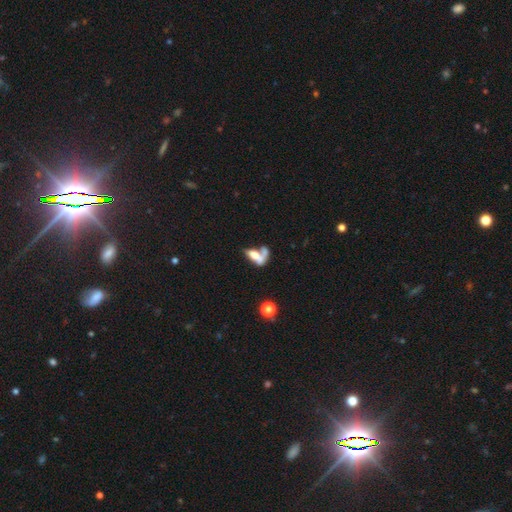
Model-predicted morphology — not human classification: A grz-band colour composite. It shows a smooth galaxy with no disk features (58%) that is in between round and cigar-shaped (76%). Merging: merger (65%).